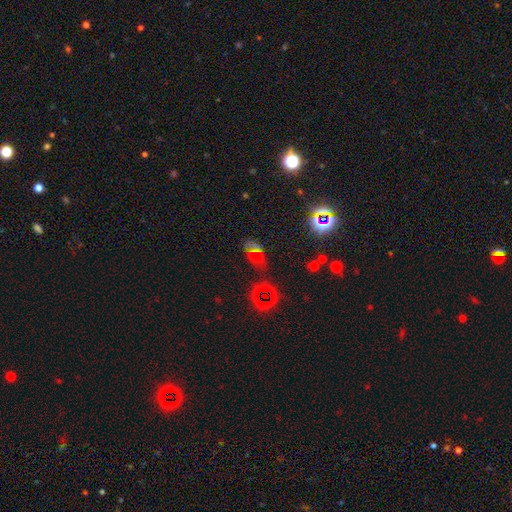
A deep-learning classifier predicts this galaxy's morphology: The model was most divided on "smooth or featured": star or artifact: 46%, smooth: 42%, featured or disk: 12%.